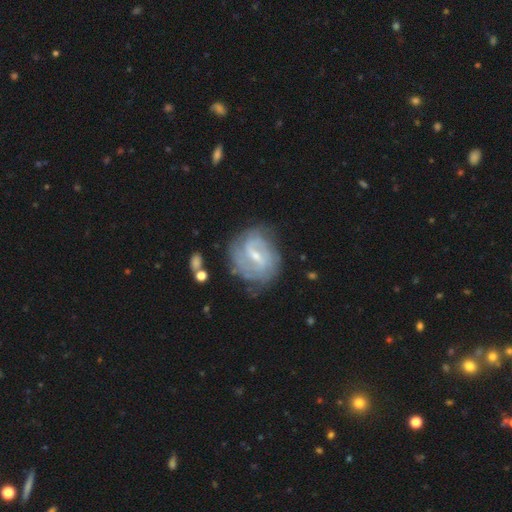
A featured or disk galaxy (79%) with a weak bar (55%), 2 (50%) medium (54%) spiral arms (97%) and a small central bulge (59%). Merging: none (77%).